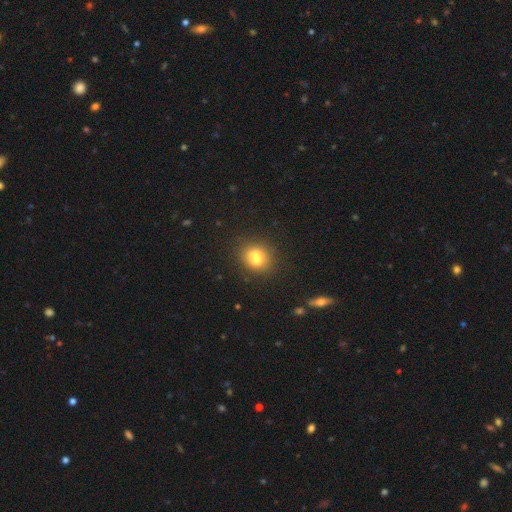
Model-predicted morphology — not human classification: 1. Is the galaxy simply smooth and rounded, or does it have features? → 73% smooth, 15% featured or disk, 12% star or artifact.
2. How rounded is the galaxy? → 63% round, 35% in between, 1% cigar-shaped.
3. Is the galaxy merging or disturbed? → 57% none, 26% merger, 13% minor disturbance, 4% major disturbance.